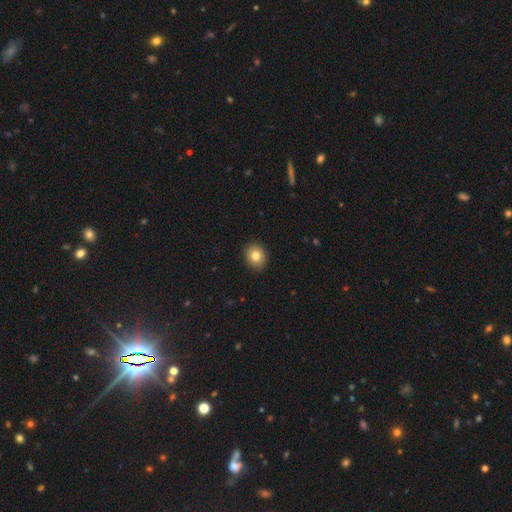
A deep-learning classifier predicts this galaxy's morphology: Q: Smooth or featured?
A: smooth (82%); runner-up: star or artifact (10%)
Q: How rounded?
A: round (63%); runner-up: in between (36%)
Q: Merging?
A: none (91%); runner-up: minor disturbance (6%)